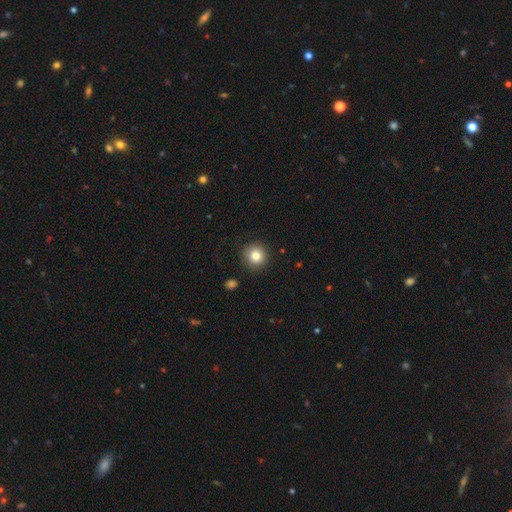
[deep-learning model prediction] smooth 84%, star or artifact 10%, featured or disk 6%. Down the decision tree: how rounded — round (93%); merging — none (90%).